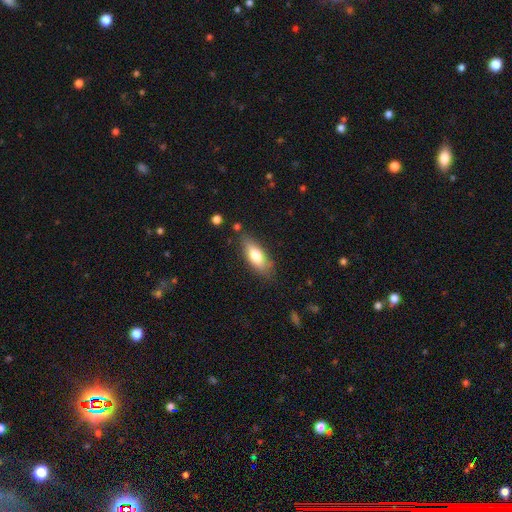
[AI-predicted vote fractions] Overall: smooth (73%). How rounded: in between (73%). Merging: none (76%).